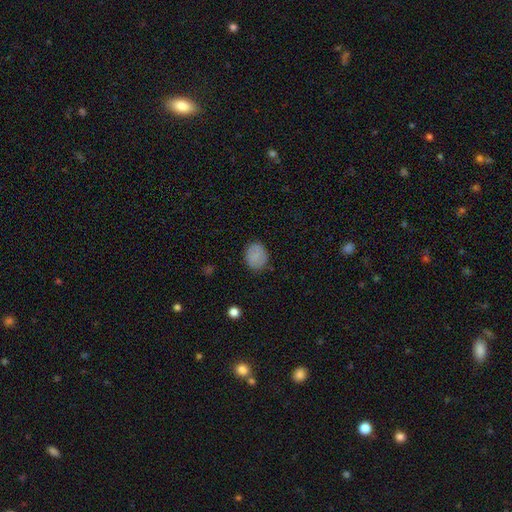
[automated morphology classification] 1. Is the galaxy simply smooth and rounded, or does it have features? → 76% smooth, 16% featured or disk, 9% star or artifact.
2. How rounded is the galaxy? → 50% in between, 49% round, 1% cigar-shaped.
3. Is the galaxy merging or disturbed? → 84% none, 12% minor disturbance, 3% major disturbance, 1% merger.